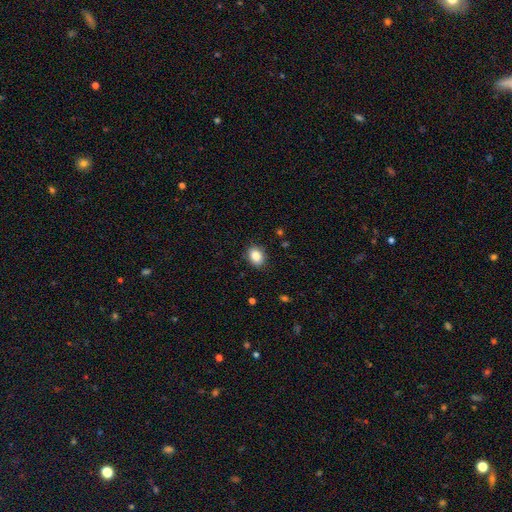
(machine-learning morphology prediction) Q: Smooth or featured?
A: smooth (86%); runner-up: star or artifact (8%)
Q: How rounded?
A: in between (64%); runner-up: round (35%)
Q: Merging?
A: none (86%); runner-up: minor disturbance (10%)